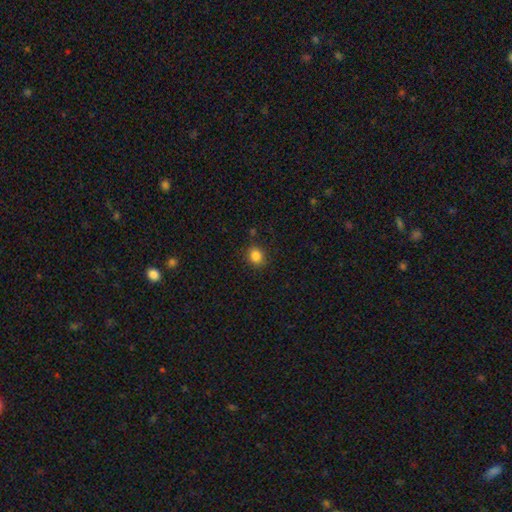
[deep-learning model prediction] Smooth or featured?
  - smooth: 85% *
  - star or artifact: 11%
  - featured or disk: 4%
How rounded?
  - round: 73% *
  - in between: 26%
  - cigar-shaped: 1%
Merging?
  - none: 86% *
  - minor disturbance: 9%
  - major disturbance: 3%
  - merger: 2%